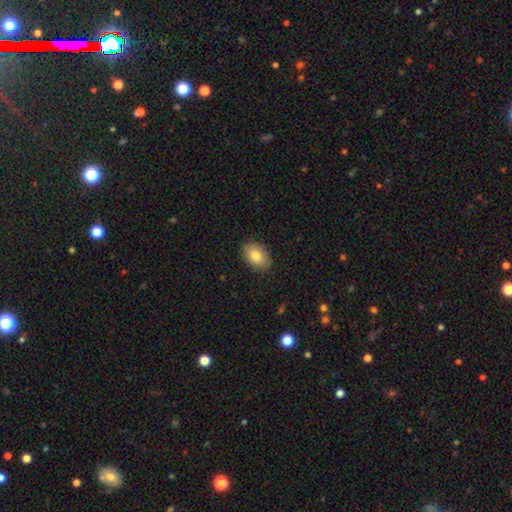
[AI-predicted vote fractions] Morphology: type=smooth (83%); roundness=in between (85%); merging=none (88%).